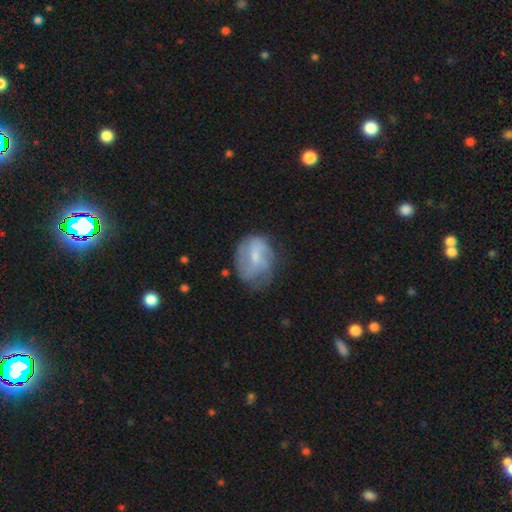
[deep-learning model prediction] A featured or disk galaxy (51%).

Vote fractions:
- Smooth or featured? featured or disk: 51% / smooth: 41% / star or artifact: 8%
- Edge-on disk? no: 97% / yes: 3%
- Merging? none: 51% / minor disturbance: 30% / major disturbance: 17% / merger: 2%